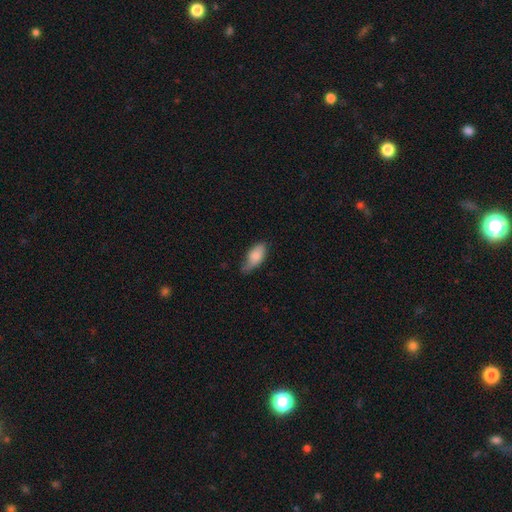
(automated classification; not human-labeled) smooth_or_featured: smooth (p=0.82) [alt: featured or disk p=0.12]
how_rounded: in between (p=0.87) [alt: cigar-shaped p=0.11]
merging: none (p=0.48) [alt: minor disturbance p=0.41]